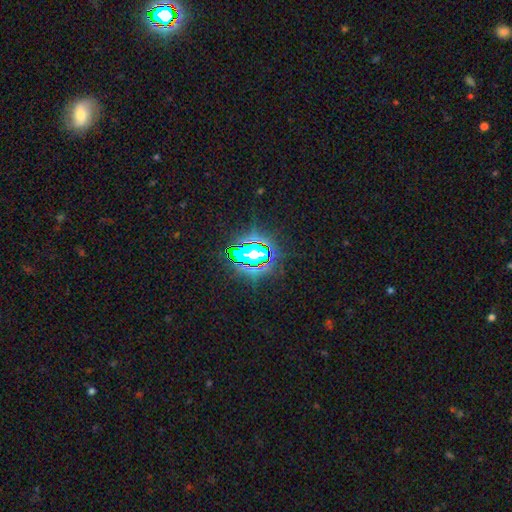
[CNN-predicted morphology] Overall: star or artifact (73%).